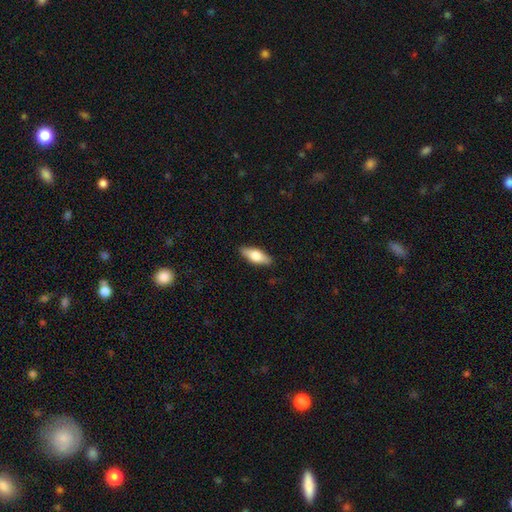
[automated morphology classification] smooth-or-featured: smooth: 60% | featured or disk: 34% | star or artifact: 6%
  how-rounded: in between: 68% | cigar-shaped: 29% | round: 3%
  merging: none: 88% | minor disturbance: 9% | major disturbance: 2% | merger: 1%